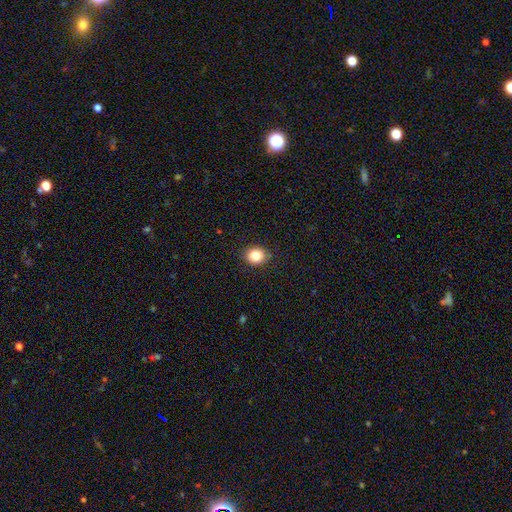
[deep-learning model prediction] smooth_or_featured: smooth (p=0.85) [alt: star or artifact p=0.10]
how_rounded: round (p=0.62) [alt: in between p=0.37]
merging: none (p=0.90) [alt: minor disturbance p=0.07]